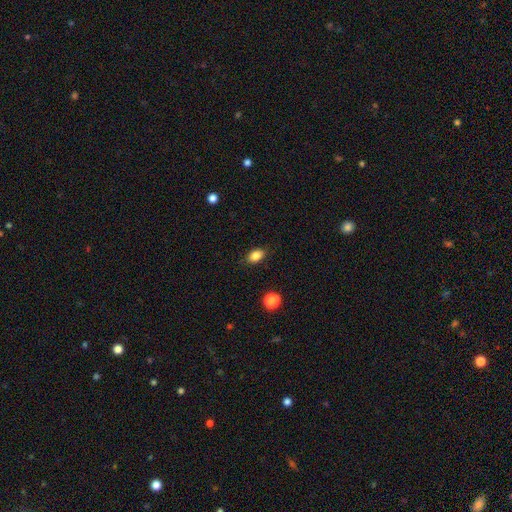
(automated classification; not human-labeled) A smooth galaxy with no disk features (86%) that is in between round and cigar-shaped (84%).

Vote fractions:
- Smooth or featured? smooth: 86% / star or artifact: 9% / featured or disk: 5%
- How rounded? in between: 84% / round: 14% / cigar-shaped: 2%
- Merging? none: 85% / minor disturbance: 11% / major disturbance: 3% / merger: 1%